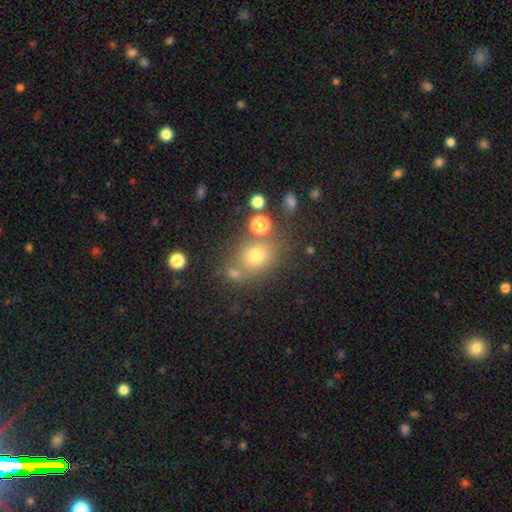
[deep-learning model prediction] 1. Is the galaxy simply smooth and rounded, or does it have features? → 68% smooth, 19% star or artifact, 13% featured or disk.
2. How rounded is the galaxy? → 61% round, 38% in between, 1% cigar-shaped.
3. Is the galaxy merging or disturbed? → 66% none, 16% merger, 12% minor disturbance, 5% major disturbance.